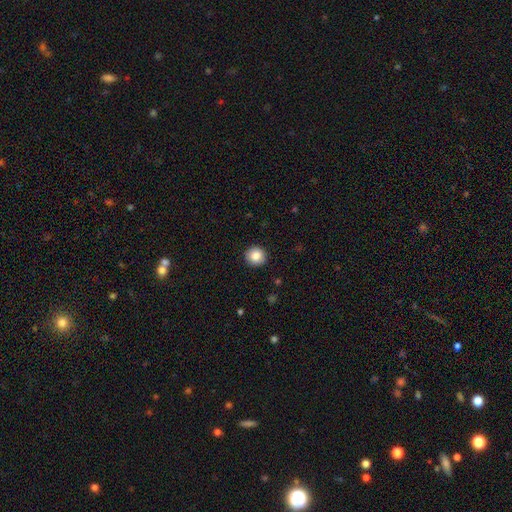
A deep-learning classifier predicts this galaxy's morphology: This appears to be a smooth galaxy with no disk features (85%) that is round (92%). Merging: none (92%).